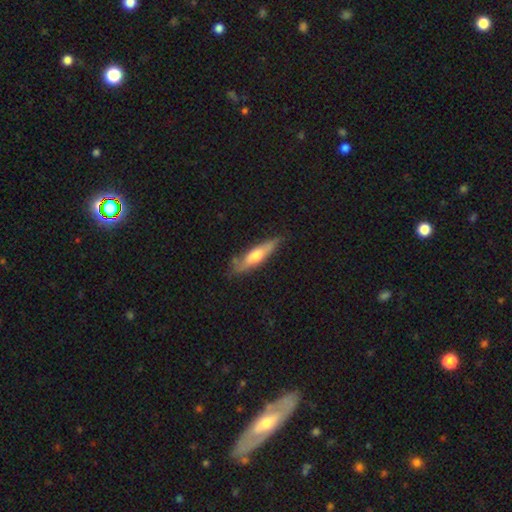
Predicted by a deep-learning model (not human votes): smooth 53%, featured or disk 42%, star or artifact 5%. Down the decision tree: how rounded — cigar-shaped (75%); merging — none (72%).